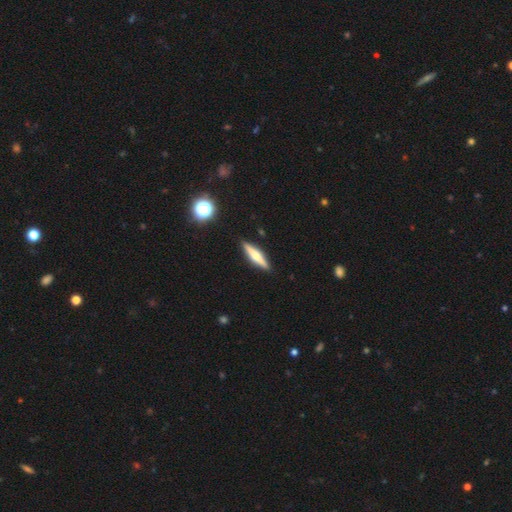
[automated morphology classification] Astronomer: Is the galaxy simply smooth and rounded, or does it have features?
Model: featured or disk — 53% (runner-up: smooth, 40%).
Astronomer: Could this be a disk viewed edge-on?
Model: yes — 96%.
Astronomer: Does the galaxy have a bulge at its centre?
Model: rounded — 78%.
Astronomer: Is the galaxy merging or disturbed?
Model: none — 90%.